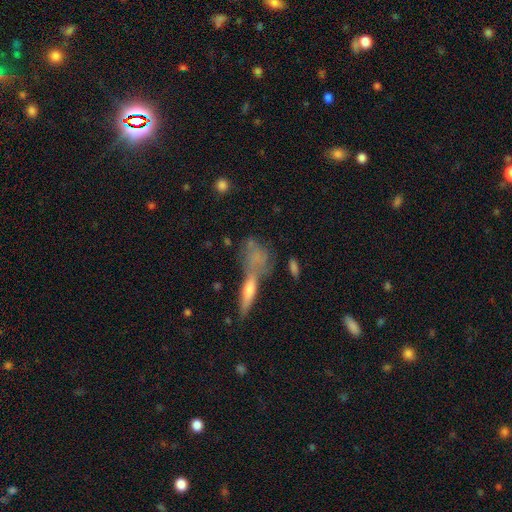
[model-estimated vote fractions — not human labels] The model was most divided on "how rounded": in between: 44%, cigar-shaped: 34%, round: 22%. Remaining: smooth or featured — smooth (54%); merging — none (46%).